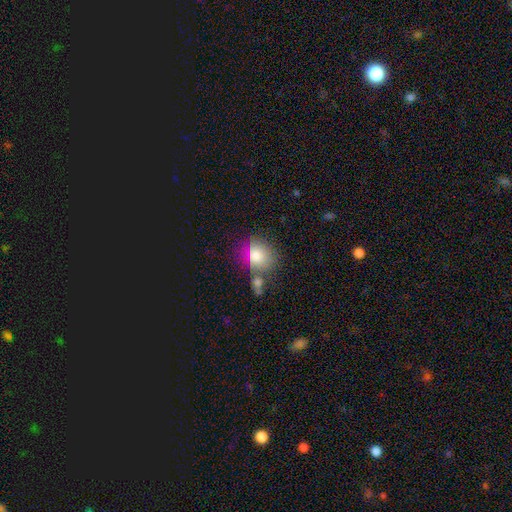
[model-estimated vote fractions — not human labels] Smooth or featured: smooth — 76% (star or artifact — 13%)
How rounded: round — 65% (in between — 34%)
Merging: none — 57% (minor disturbance — 18%)